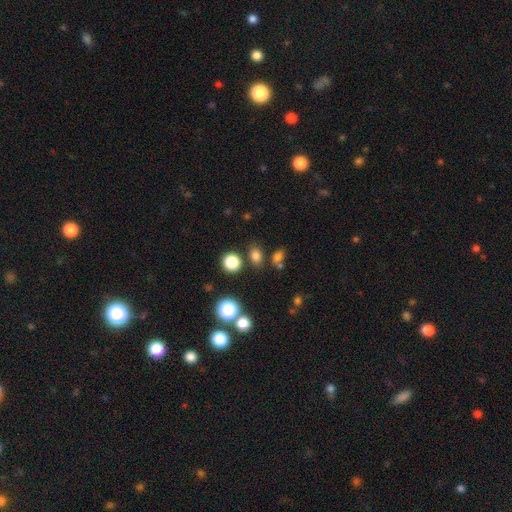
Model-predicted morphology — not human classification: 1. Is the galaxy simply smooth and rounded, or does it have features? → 76% smooth, 17% star or artifact, 6% featured or disk.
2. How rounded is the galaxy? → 67% in between, 31% round, 2% cigar-shaped.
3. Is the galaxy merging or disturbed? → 78% none, 10% minor disturbance, 8% merger, 4% major disturbance.